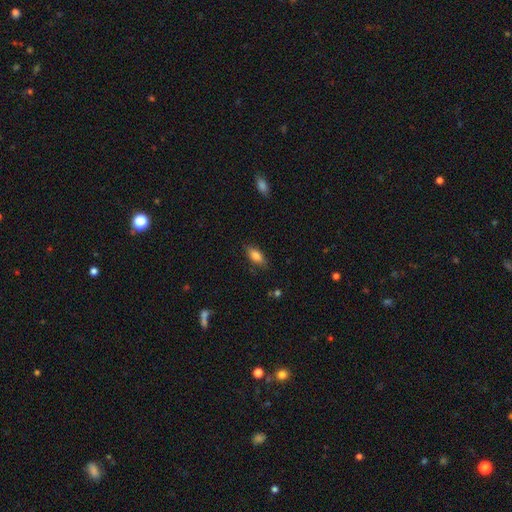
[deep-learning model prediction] Smooth or featured: smooth — 81% (featured or disk — 11%)
How rounded: in between — 83% (cigar-shaped — 15%)
Merging: none — 82% (minor disturbance — 14%)